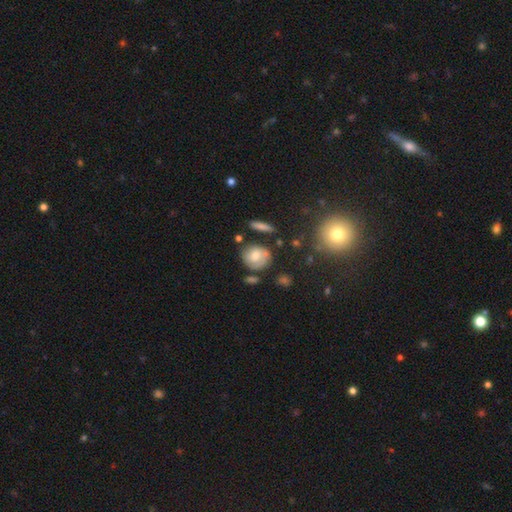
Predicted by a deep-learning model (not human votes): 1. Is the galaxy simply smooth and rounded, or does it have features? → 56% smooth, 35% featured or disk, 9% star or artifact.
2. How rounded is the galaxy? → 69% round, 30% in between, 2% cigar-shaped.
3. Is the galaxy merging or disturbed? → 61% none, 24% minor disturbance, 8% major disturbance, 8% merger.